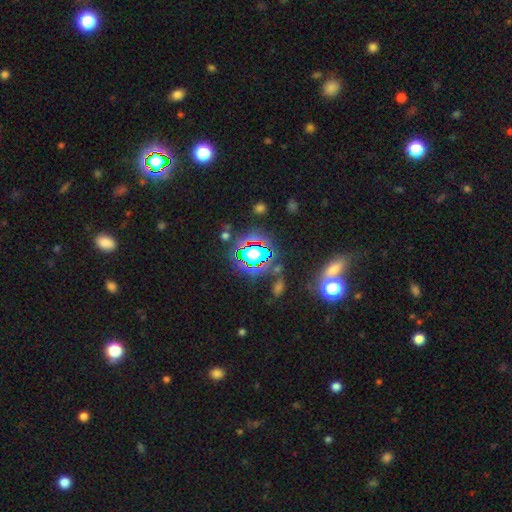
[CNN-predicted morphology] The model was most divided on "smooth or featured": star or artifact: 61%, smooth: 25%, featured or disk: 14%.